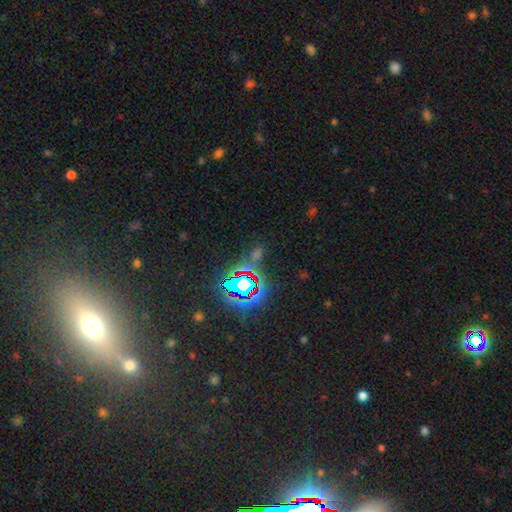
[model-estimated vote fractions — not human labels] Q: Smooth or featured?
A: star or artifact (71%); runner-up: smooth (20%)